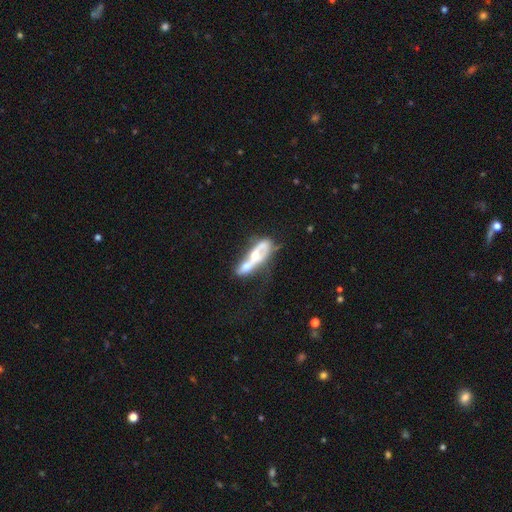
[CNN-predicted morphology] A featured or disk galaxy (58%).

Vote fractions:
- Smooth or featured? featured or disk: 58% / smooth: 34% / star or artifact: 8%
- Edge-on disk? no: 78% / yes: 22%
- Merging? merger: 53% / major disturbance: 20% / none: 15% / minor disturbance: 12%